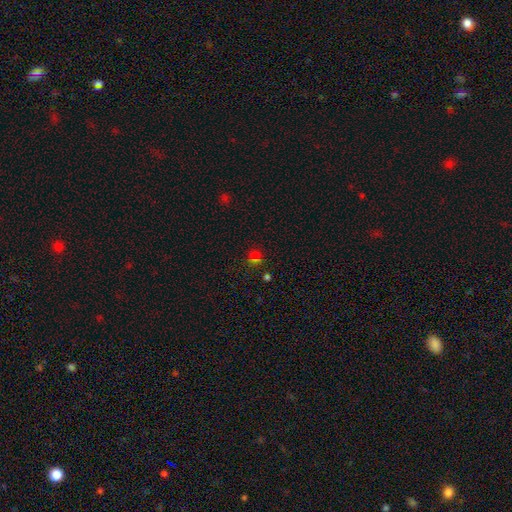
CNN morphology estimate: This appears to be a smooth galaxy with no disk features (49%). Merging: none (76%).